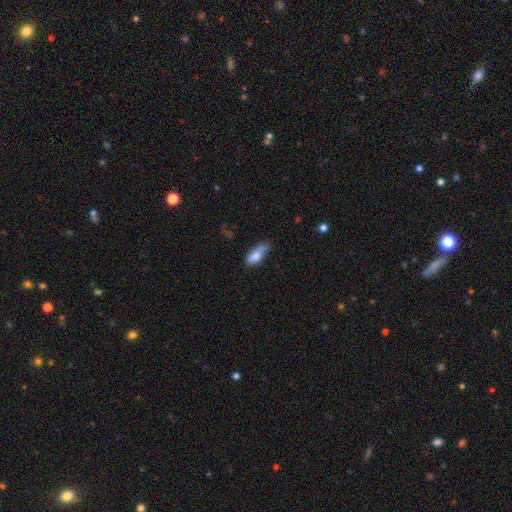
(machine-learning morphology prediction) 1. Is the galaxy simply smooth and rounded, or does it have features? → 78% smooth, 15% featured or disk, 7% star or artifact.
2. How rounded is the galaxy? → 70% in between, 27% cigar-shaped, 3% round.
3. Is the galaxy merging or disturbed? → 44% none, 37% minor disturbance, 12% major disturbance, 7% merger.